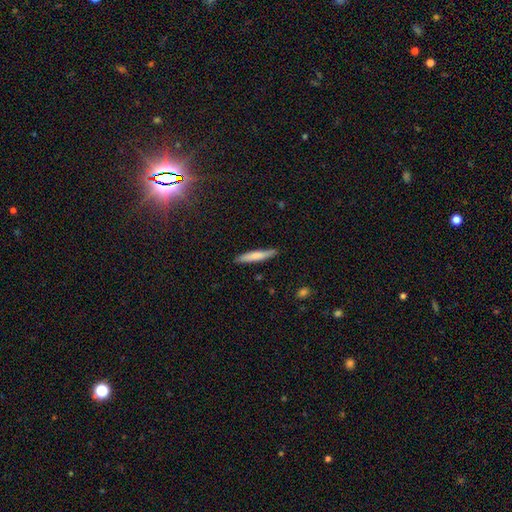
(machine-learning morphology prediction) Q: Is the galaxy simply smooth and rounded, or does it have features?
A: smooth — 72%.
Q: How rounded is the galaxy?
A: cigar-shaped — 92%.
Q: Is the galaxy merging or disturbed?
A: none — 85%.